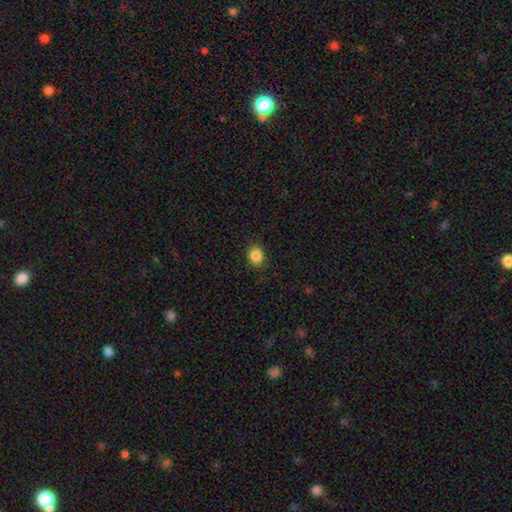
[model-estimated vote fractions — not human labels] Overall: smooth (86%). How rounded: round (64%; in between 35%). Merging: none (87%).